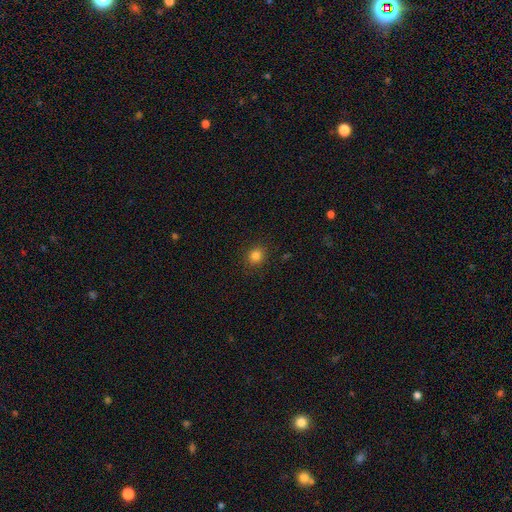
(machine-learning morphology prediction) type=smooth (82%); roundness=round (78%); merging=none (89%).